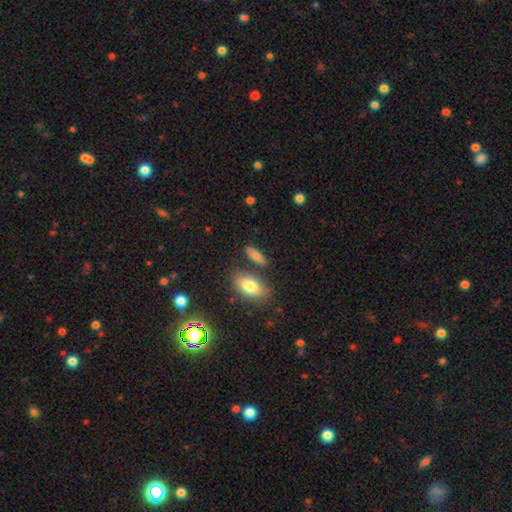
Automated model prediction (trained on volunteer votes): smooth-or-featured: smooth: 72% | featured or disk: 18% | star or artifact: 9%
  how-rounded: in between: 62% | cigar-shaped: 32% | round: 6%
  merging: none: 73% | minor disturbance: 14% | merger: 9% | major disturbance: 4%